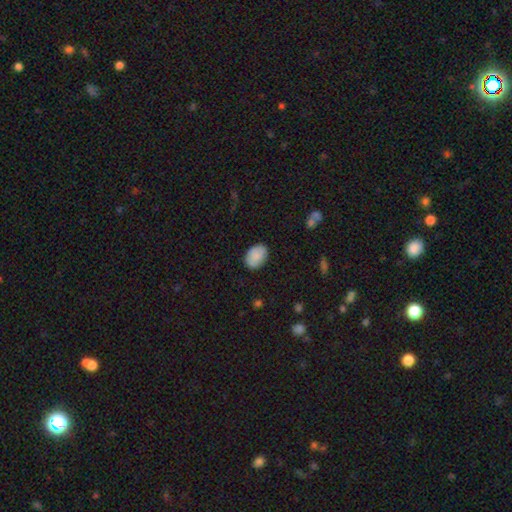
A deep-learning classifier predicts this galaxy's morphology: smooth-or-featured: smooth: 88% | star or artifact: 7% | featured or disk: 5%
  how-rounded: in between: 84% | round: 15% | cigar-shaped: 1%
  merging: none: 86% | minor disturbance: 11% | major disturbance: 2% | merger: 1%